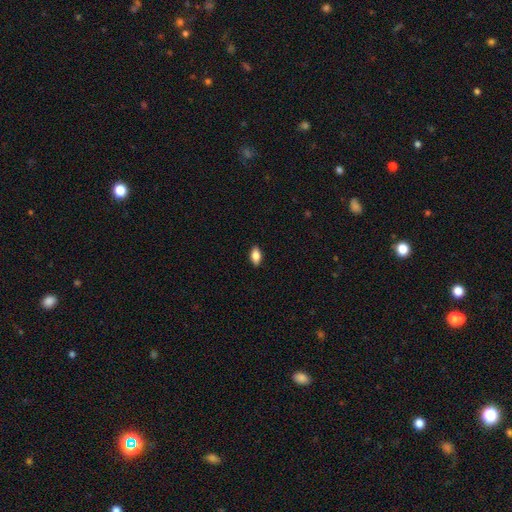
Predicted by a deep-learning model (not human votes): smooth 80%, featured or disk 13%, star or artifact 7%. Down the decision tree: how rounded — in between (89%); merging — none (89%).